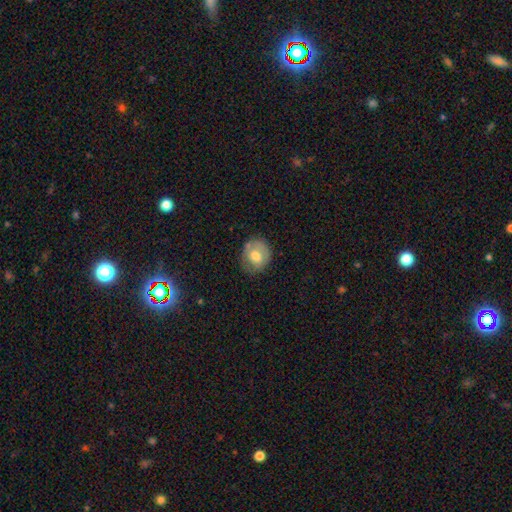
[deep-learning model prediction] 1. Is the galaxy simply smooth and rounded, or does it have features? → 62% smooth, 30% featured or disk, 8% star or artifact.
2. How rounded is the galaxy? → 70% round, 29% in between, 1% cigar-shaped.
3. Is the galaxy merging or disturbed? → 68% none, 23% minor disturbance, 7% major disturbance, 3% merger.